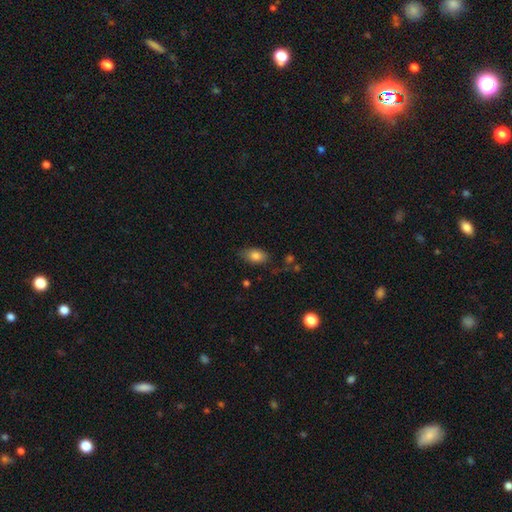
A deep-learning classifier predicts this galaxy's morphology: The model was most divided on "merging": none: 72%, minor disturbance: 20%, major disturbance: 5%, merger: 2%. More confident: how rounded — in between (88%); smooth or featured — smooth (82%).